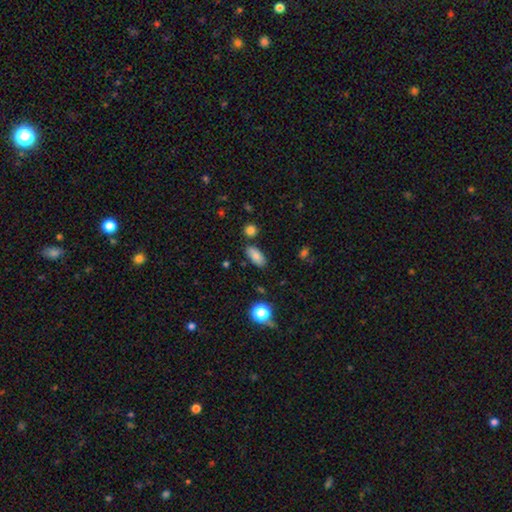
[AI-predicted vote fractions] Smooth or featured? smooth (82%)
How rounded? in between (87%)
Merging? none (80%)